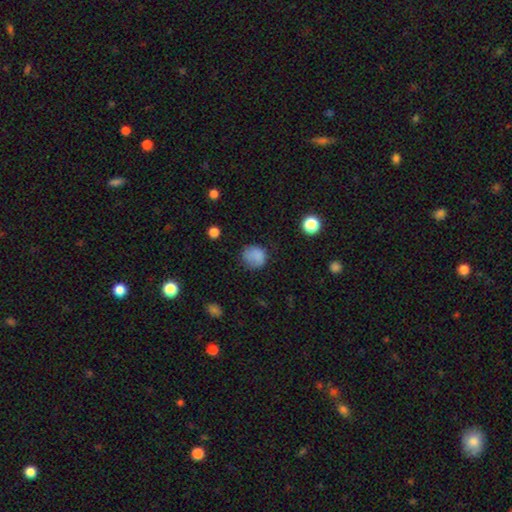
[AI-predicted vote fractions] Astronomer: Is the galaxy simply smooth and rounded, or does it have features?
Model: smooth — 82%.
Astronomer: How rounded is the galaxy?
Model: round — 82%.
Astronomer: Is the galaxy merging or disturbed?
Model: none — 70%.